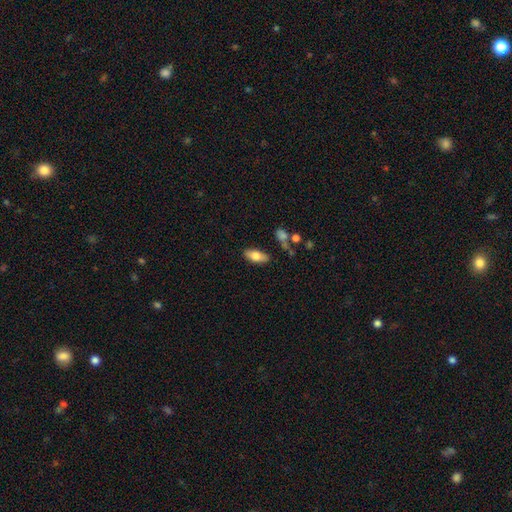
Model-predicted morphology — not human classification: smooth-or-featured: smooth: 75% | featured or disk: 19% | star or artifact: 7%
  how-rounded: in between: 85% | cigar-shaped: 12% | round: 3%
  merging: none: 79% | minor disturbance: 14% | merger: 4% | major disturbance: 3%